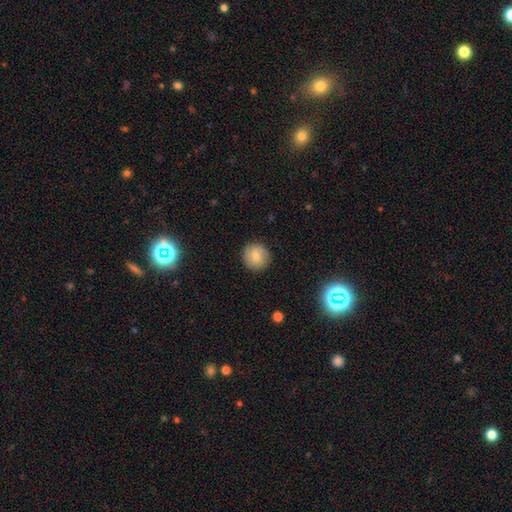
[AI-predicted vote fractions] Smooth or featured?
  - smooth: 76% *
  - featured or disk: 16%
  - star or artifact: 8%
How rounded?
  - round: 93% *
  - in between: 6%
  - cigar-shaped: 1%
Merging?
  - none: 89% *
  - minor disturbance: 8%
  - major disturbance: 2%
  - merger: 1%